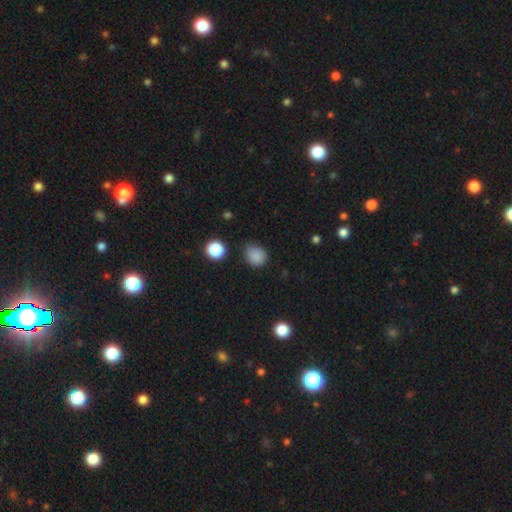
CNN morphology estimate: smooth 83%, star or artifact 13%, featured or disk 4%. Down the decision tree: how rounded — round (67%); merging — none (64%).